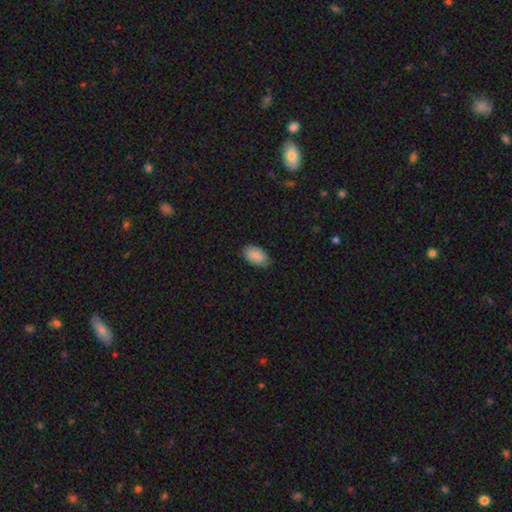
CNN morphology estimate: Q: Smooth or featured?
A: smooth (85%); runner-up: featured or disk (9%)
Q: How rounded?
A: in between (94%); runner-up: round (4%)
Q: Merging?
A: none (81%); runner-up: minor disturbance (16%)